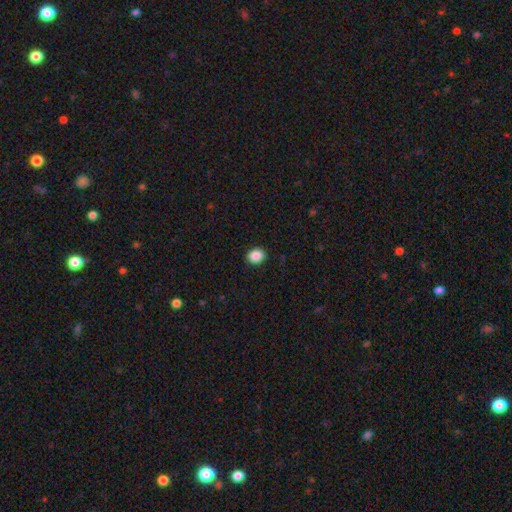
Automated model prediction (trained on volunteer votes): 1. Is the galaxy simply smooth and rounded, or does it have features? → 88% smooth, 9% star or artifact, 3% featured or disk.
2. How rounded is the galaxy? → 64% round, 35% in between, 1% cigar-shaped.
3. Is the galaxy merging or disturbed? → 91% none, 6% minor disturbance, 2% major disturbance, 1% merger.